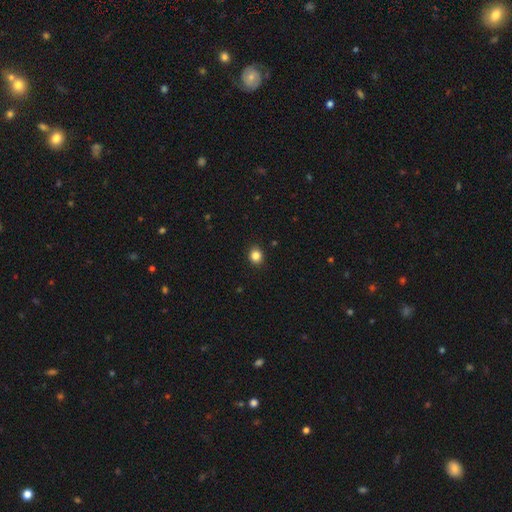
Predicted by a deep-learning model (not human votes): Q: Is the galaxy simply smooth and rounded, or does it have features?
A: smooth — 85%.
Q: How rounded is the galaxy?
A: round — 70%.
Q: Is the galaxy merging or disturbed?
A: none — 91%.